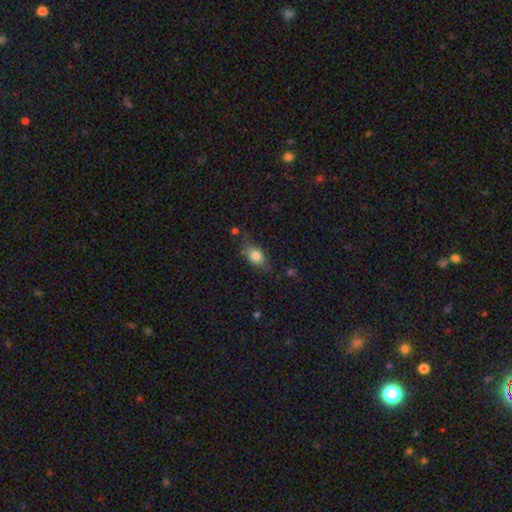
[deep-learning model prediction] Q: Smooth or featured?
A: smooth (78%); runner-up: featured or disk (13%)
Q: How rounded?
A: in between (80%); runner-up: round (14%)
Q: Merging?
A: none (65%); runner-up: minor disturbance (24%)